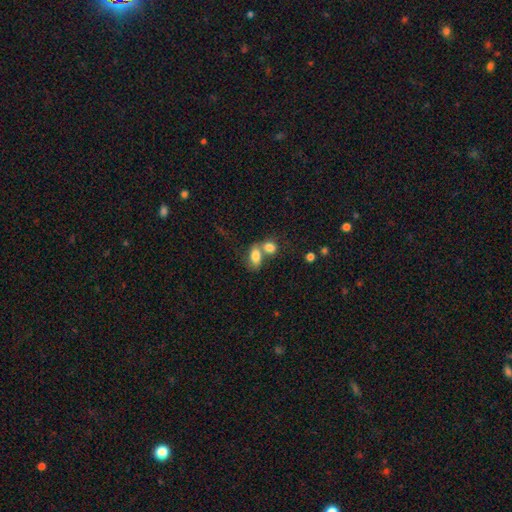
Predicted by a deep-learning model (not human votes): Q: Smooth or featured?
A: smooth (79%); runner-up: featured or disk (12%)
Q: How rounded?
A: in between (82%); runner-up: round (15%)
Q: Merging?
A: merger (59%); runner-up: none (27%)